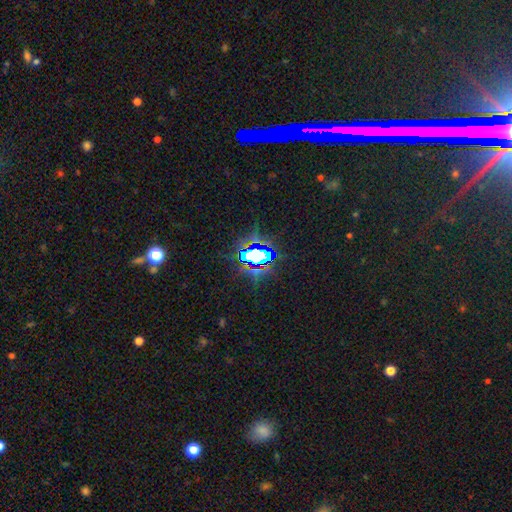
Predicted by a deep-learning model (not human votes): This is likely a star or artifact rather than a galaxy (67%).